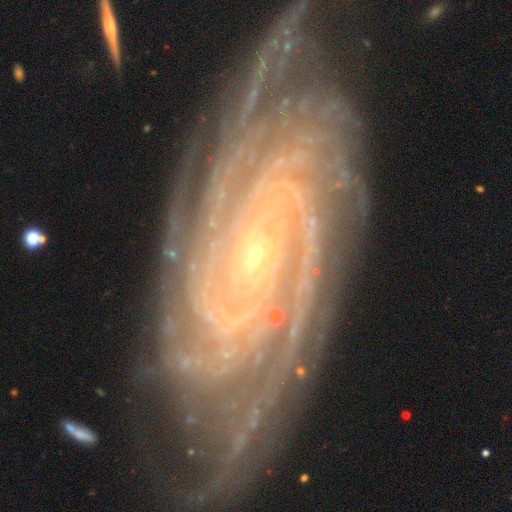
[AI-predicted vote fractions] Smooth or featured: featured or disk — 91% (star or artifact — 6%)
Edge-on disk: no — 96% (yes — 4%)
Bar: no — 58% (weak — 25%)
Spiral arms: yes — 99% (no — 1%)
Spiral winding: tight — 84% (medium — 14%)
Spiral arm count: more than 4 — 24% (4 — 23%)
Bulge size: small — 82% (moderate — 14%)
Merging: none — 81% (minor disturbance — 14%)